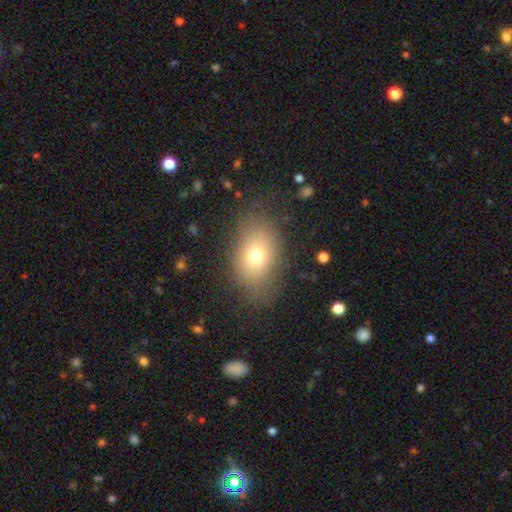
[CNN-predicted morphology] This is likely a smooth galaxy (71%). How rounded: likely in between (77%). Merging: likely none (77%).